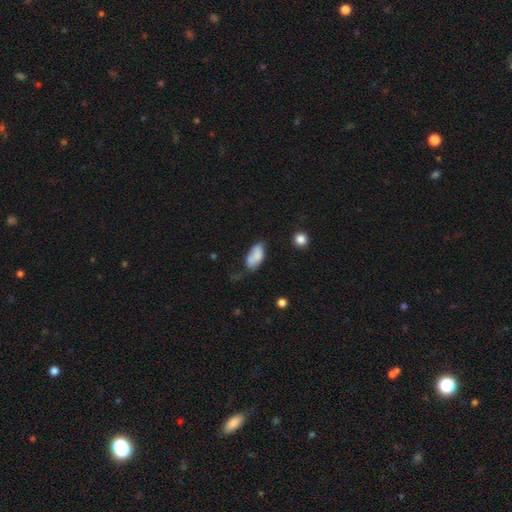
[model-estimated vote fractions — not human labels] A smooth galaxy with no disk features (78%) that is in between round and cigar-shaped (90%). Merging: none (46%).